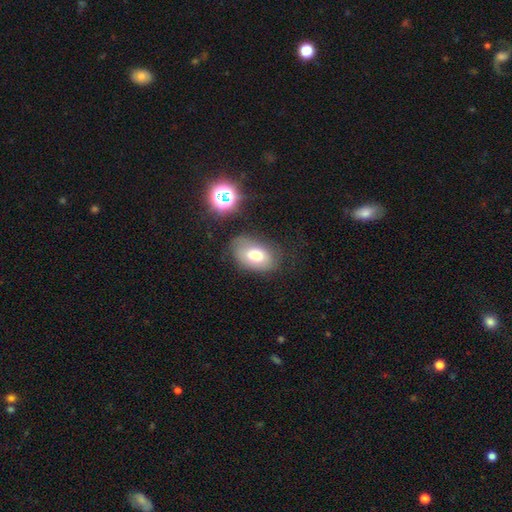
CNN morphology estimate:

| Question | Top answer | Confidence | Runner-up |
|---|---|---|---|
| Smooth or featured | smooth | 72% | featured or disk (17%) |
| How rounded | in between | 88% | round (10%) |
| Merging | none | 67% | minor disturbance (21%) |